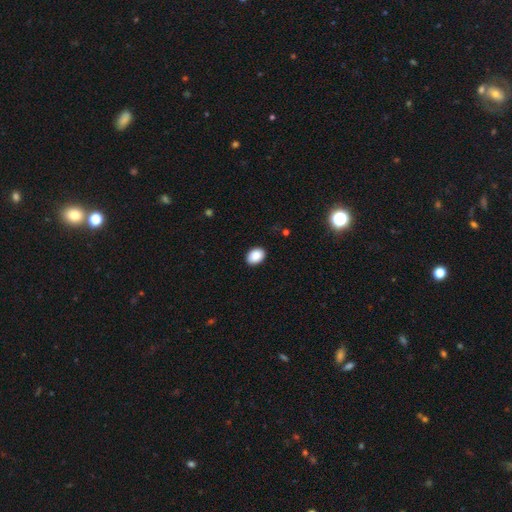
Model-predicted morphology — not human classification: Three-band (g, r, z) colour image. It shows a smooth galaxy with no disk features (90%) that is in between round and cigar-shaped (76%). Merging: none (88%).